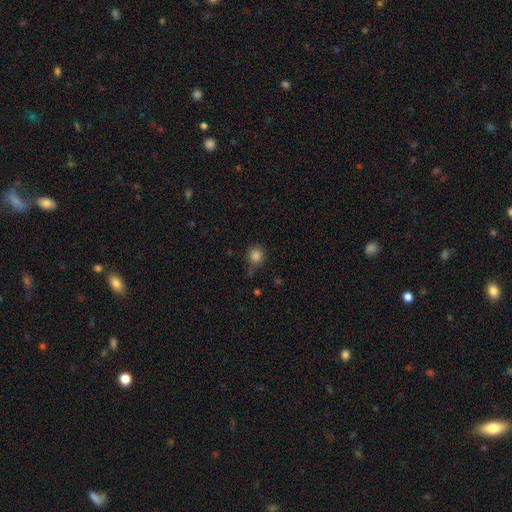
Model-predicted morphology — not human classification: Smooth or featured?
  - smooth: 84% *
  - star or artifact: 12%
  - featured or disk: 4%
How rounded?
  - round: 88% *
  - in between: 11%
  - cigar-shaped: 1%
Merging?
  - none: 75% *
  - minor disturbance: 16%
  - merger: 5%
  - major disturbance: 4%